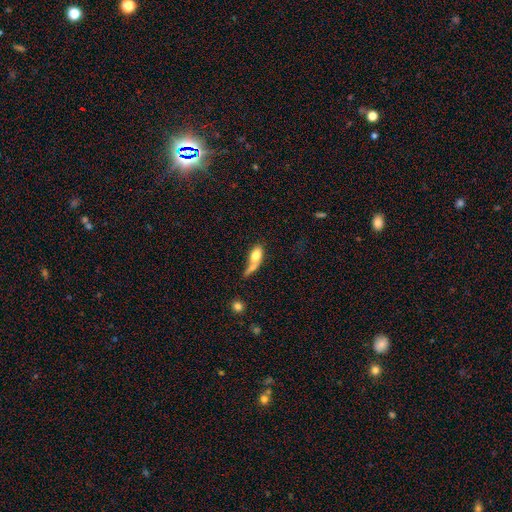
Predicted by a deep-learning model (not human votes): A smooth galaxy with no disk features (72%) that is in between round and cigar-shaped (78%). Merging: merger (48%).